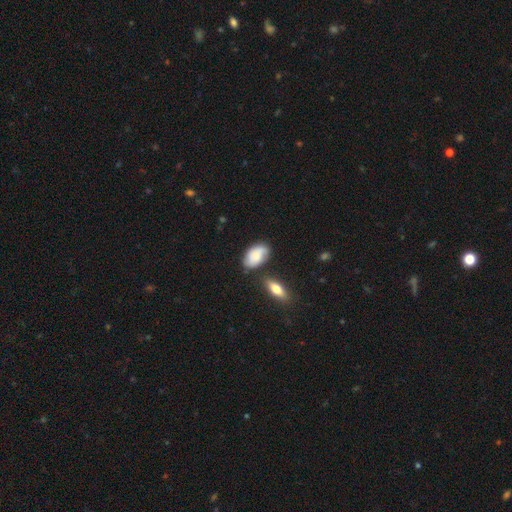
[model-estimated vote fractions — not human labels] Smooth or featured? Predicted: smooth (p=0.70). How rounded? Predicted: in between (p=0.92). Merging? Predicted: none (p=0.64).